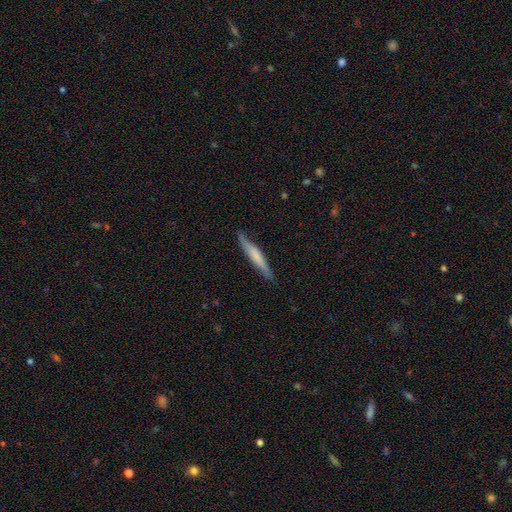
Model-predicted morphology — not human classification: Overall: smooth (58%; featured or disk 37%). How rounded: cigar-shaped (94%). Merging: none (83%).